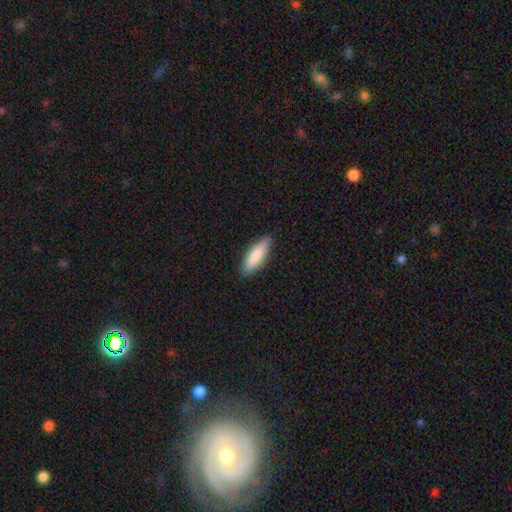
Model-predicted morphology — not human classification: This appears to be a smooth galaxy with no disk features (83%) that is cigar-shaped (57%). Merging: none (88%).